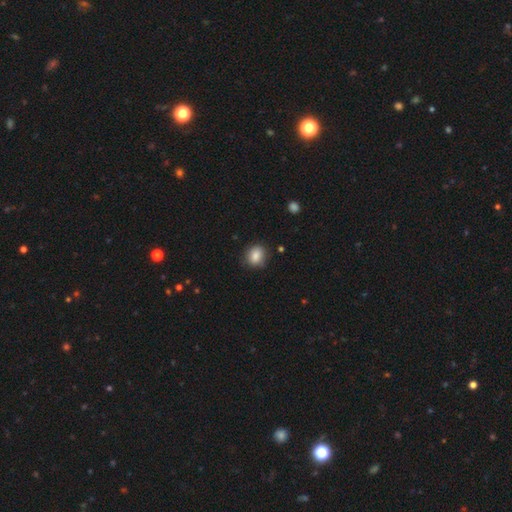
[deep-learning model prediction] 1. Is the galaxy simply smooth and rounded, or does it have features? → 85% smooth, 9% star or artifact, 6% featured or disk.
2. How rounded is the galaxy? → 60% round, 39% in between, 1% cigar-shaped.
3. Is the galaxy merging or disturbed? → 80% none, 15% minor disturbance, 3% major disturbance, 1% merger.